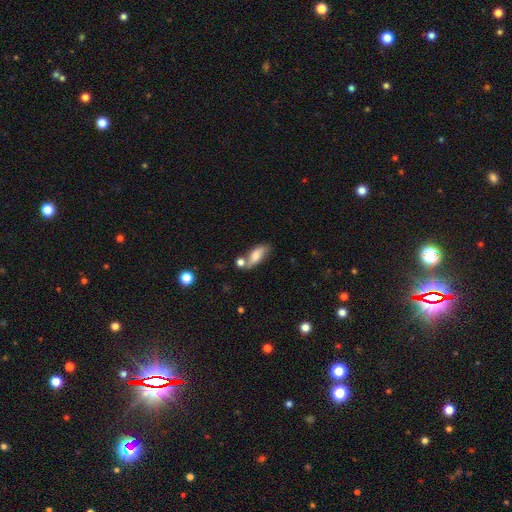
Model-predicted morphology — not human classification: Smooth or featured: smooth — 67% (featured or disk — 25%)
How rounded: in between — 75% (cigar-shaped — 20%)
Merging: none — 50% (merger — 25%)